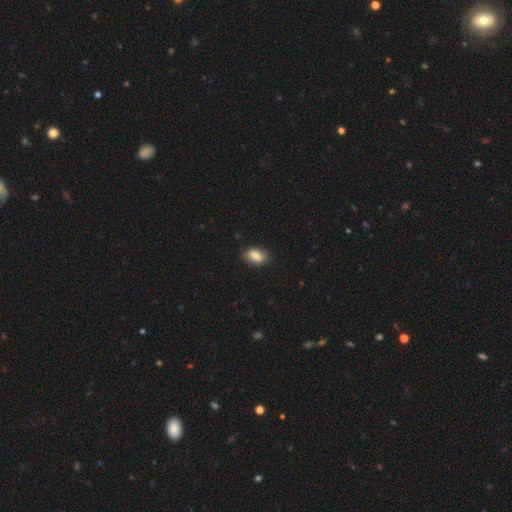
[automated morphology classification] Smooth or featured? smooth (85%)
How rounded? in between (90%)
Merging? none (83%)